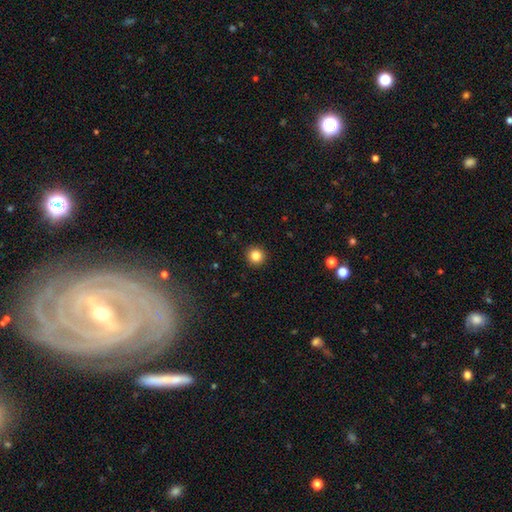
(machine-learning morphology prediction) This is clearly a smooth galaxy (85%). How rounded: clearly round (94%). Merging: clearly none (93%).